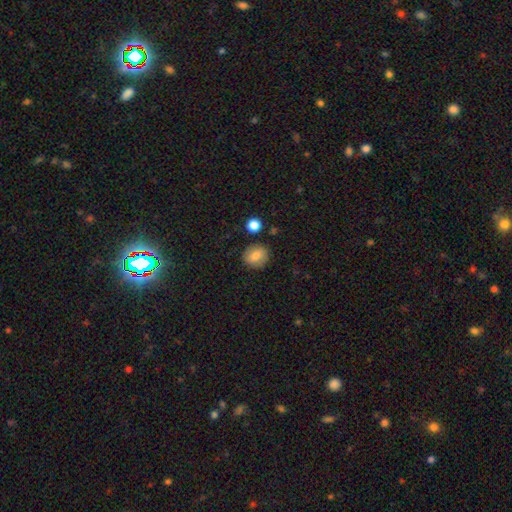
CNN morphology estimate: The model was most divided on "how rounded": round: 80%, in between: 19%, cigar-shaped: 1%. More confident: merging — none (84%); smooth or featured — smooth (77%).